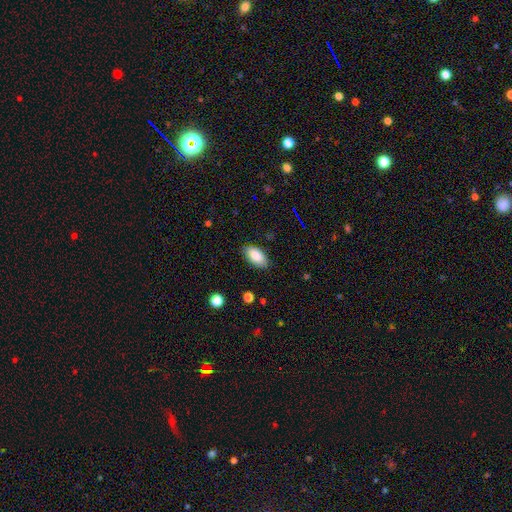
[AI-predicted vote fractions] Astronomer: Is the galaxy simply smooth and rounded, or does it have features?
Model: smooth — 87%.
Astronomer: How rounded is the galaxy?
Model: in between — 95%.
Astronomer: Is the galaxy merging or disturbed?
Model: none — 85%.